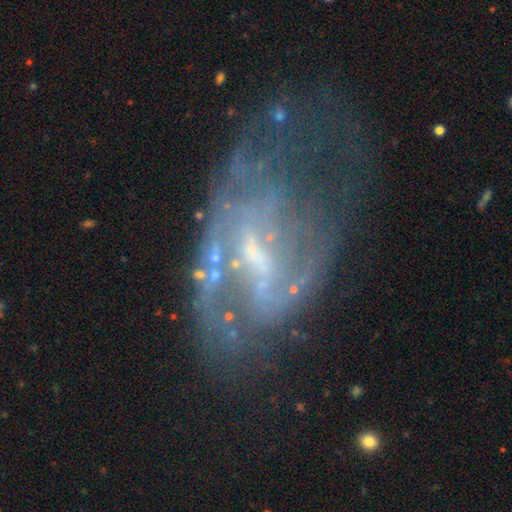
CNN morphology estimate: smooth-or-featured: featured or disk: 77% | smooth: 13% | star or artifact: 10%
  disk-edge-on: no: 95% | yes: 5%
    bar: weak: 47% | no: 31% | strong: 22%
    has-spiral-arms: yes: 63% | no: 37%
    bulge-size: small: 46% | moderate: 26% | none: 24% | large: 2% | dominant: 1%
  merging: major disturbance: 38% | none: 35% | minor disturbance: 21% | merger: 6%